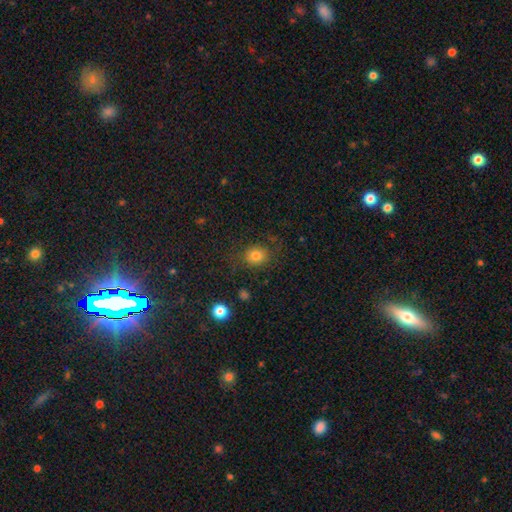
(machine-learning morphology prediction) This is likely a smooth galaxy (79%). How rounded: likely round (74%). Merging: likely none (78%).